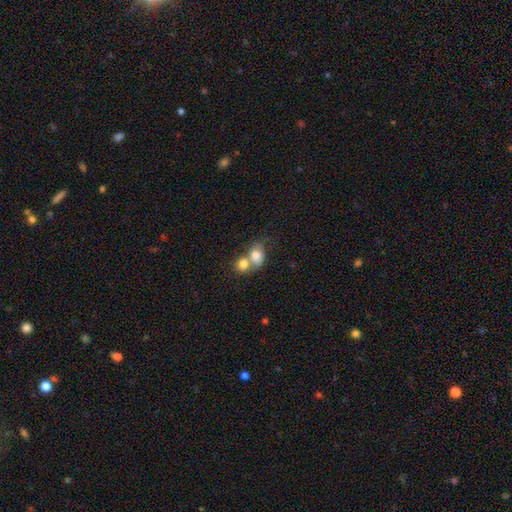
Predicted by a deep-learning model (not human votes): A smooth galaxy with no disk features (79%) that is round (51%).

Vote fractions:
- Smooth or featured? smooth: 79% / featured or disk: 12% / star or artifact: 9%
- How rounded? round: 51% / in between: 48% / cigar-shaped: 1%
- Merging? merger: 64% / none: 24% / minor disturbance: 7% / major disturbance: 4%